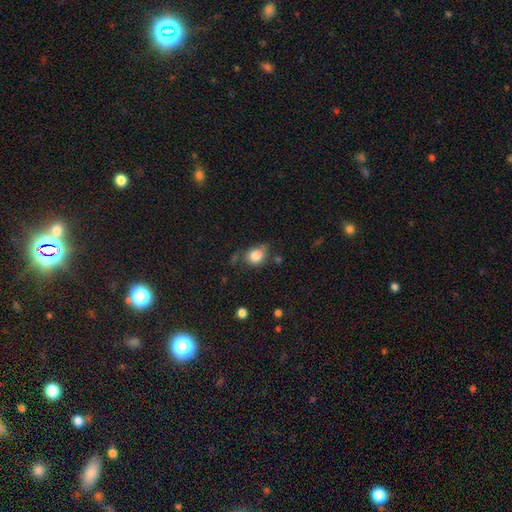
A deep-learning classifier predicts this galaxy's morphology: A smooth galaxy with no disk features (83%) that is round (55%). Merging: none (56%).